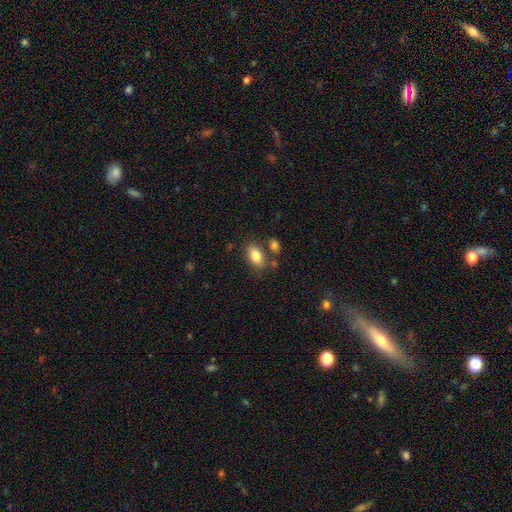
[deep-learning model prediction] Smooth or featured?
  - smooth: 84% *
  - featured or disk: 9%
  - star or artifact: 8%
How rounded?
  - in between: 90% *
  - round: 7%
  - cigar-shaped: 3%
Merging?
  - none: 72% *
  - minor disturbance: 13%
  - merger: 11%
  - major disturbance: 4%